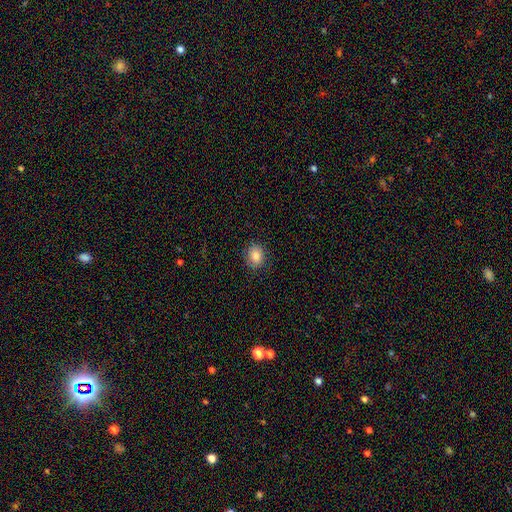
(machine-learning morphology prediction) This is clearly a smooth galaxy (84%). How rounded: possibly round (57%). Merging: clearly none (83%).